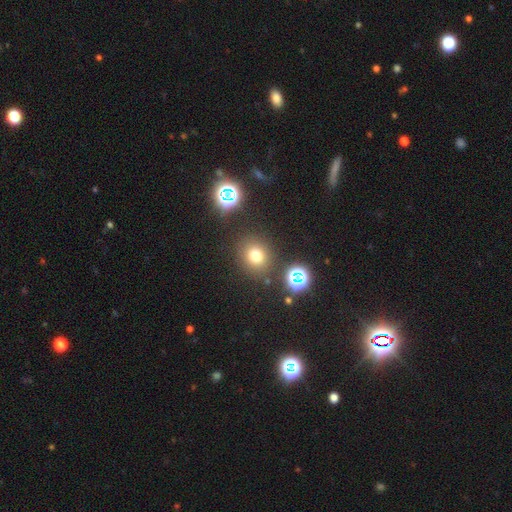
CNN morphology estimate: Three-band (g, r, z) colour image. It shows a smooth galaxy with no disk features (72%) that is round (79%). Merging: none (84%).